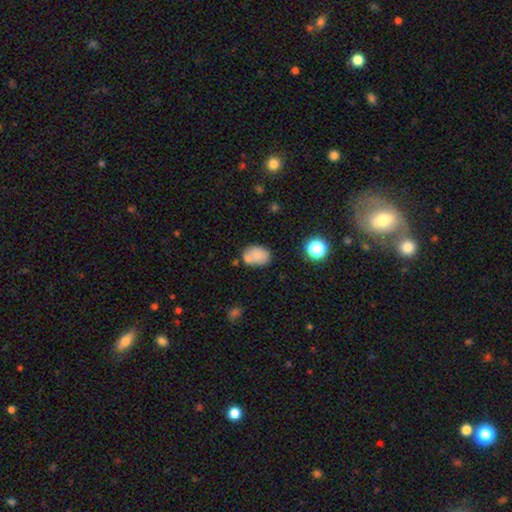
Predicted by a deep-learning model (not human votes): Q: Smooth or featured?
A: smooth (74%); runner-up: featured or disk (16%)
Q: How rounded?
A: in between (73%); runner-up: round (26%)
Q: Merging?
A: none (54%); runner-up: merger (23%)